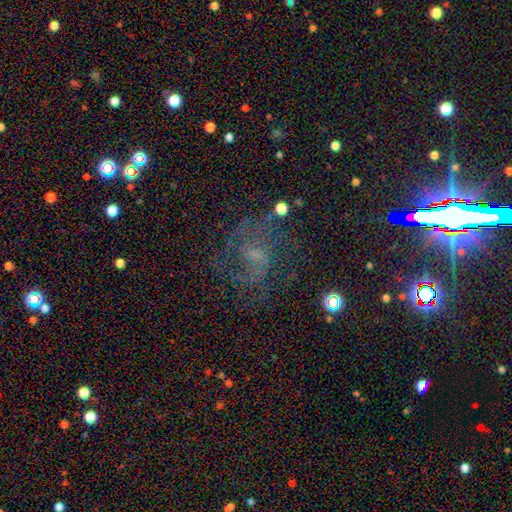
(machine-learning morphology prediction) smooth-or-featured: featured or disk: 62% | star or artifact: 22% | smooth: 15%
  disk-edge-on: no: 97% | yes: 3%
    bar: weak: 45% (tied) | no: 45% (tied) | strong: 10%
    has-spiral-arms: yes: 81% | no: 19%
    bulge-size: small: 47% | none: 26% | moderate: 23% | large: 3% | dominant: 1%
  merging: none: 59% | major disturbance: 21% | minor disturbance: 17% | merger: 2%